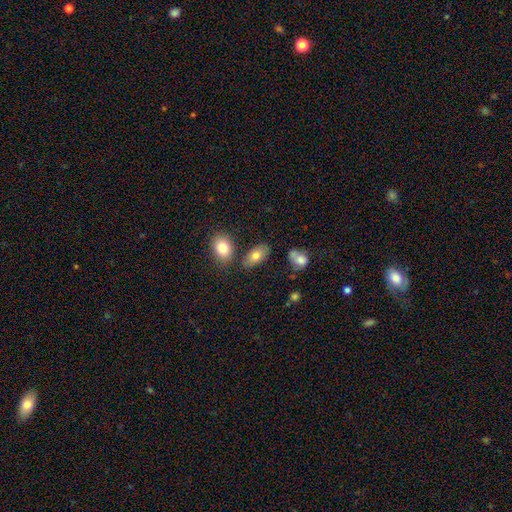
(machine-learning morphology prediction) smooth 76%, featured or disk 16%, star or artifact 8%. Down the decision tree: how rounded — in between (91%); merging — none (73%).